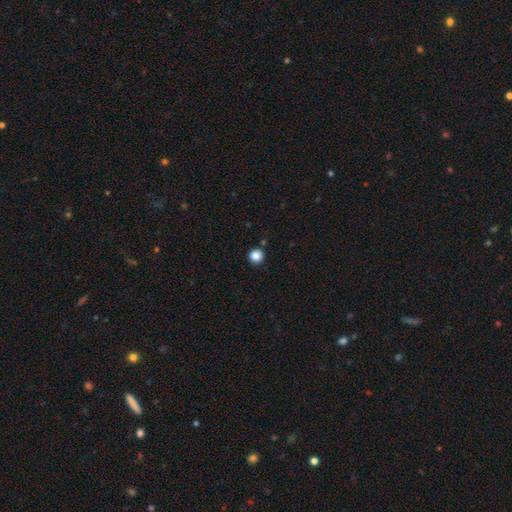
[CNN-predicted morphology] This is clearly a smooth galaxy (86%). How rounded: clearly round (95%). Merging: clearly none (90%).